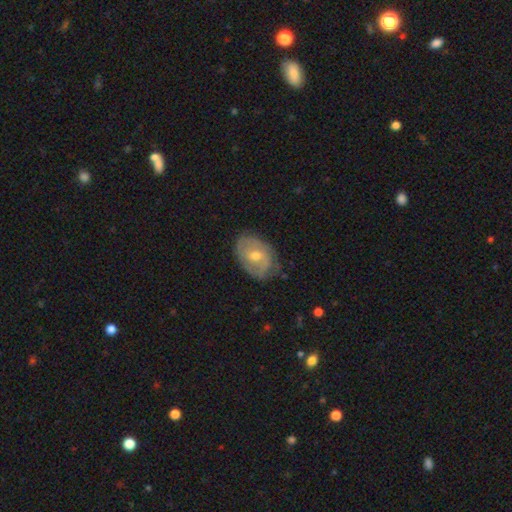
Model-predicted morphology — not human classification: Smooth or featured?
  - featured or disk: 58% *
  - smooth: 35%
  - star or artifact: 7%
Edge-on disk?
  - no: 94% *
  - yes: 6%
Bar?
  - no: 50% *
  - weak: 40%
  - strong: 10%
Spiral arms?
  - yes: 62% *
  - no: 38%
Bulge size?
  - moderate: 63% *
  - small: 33%
  - large: 2%
  - none: 1%
  - dominant: 1%
Merging?
  - none: 71% *
  - minor disturbance: 23%
  - major disturbance: 6%
  - merger: 1%